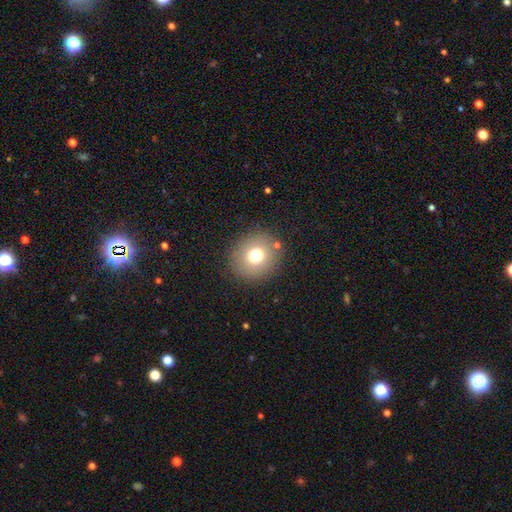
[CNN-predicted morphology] A smooth galaxy with no disk features (72%) that is round (84%).

Vote fractions:
- Smooth or featured? smooth: 72% / featured or disk: 14% / star or artifact: 14%
- How rounded? round: 84% / in between: 15% / cigar-shaped: 1%
- Merging? none: 86% / minor disturbance: 8% / major disturbance: 3% / merger: 2%